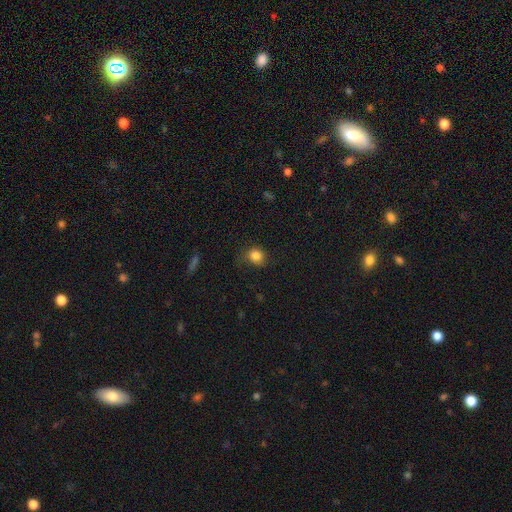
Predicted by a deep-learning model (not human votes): smooth_or_featured: smooth (p=0.84) [alt: star or artifact p=0.11]
how_rounded: round (p=0.74) [alt: in between p=0.25]
merging: none (p=0.76) [alt: minor disturbance p=0.18]